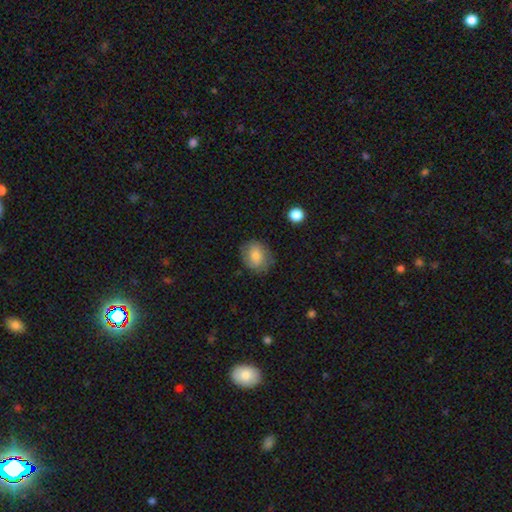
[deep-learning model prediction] Smooth or featured? smooth (76%)
How rounded? round (55%)
Merging? none (75%)